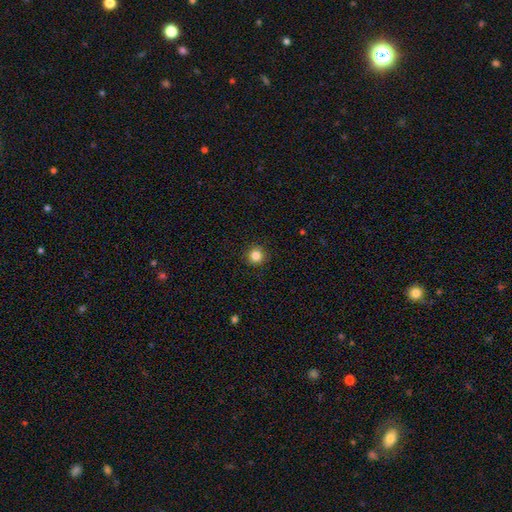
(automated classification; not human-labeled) smooth-or-featured: smooth: 85% | star or artifact: 11% | featured or disk: 4%
  how-rounded: round: 95% | in between: 4% | cigar-shaped: 1%
  merging: none: 92% | minor disturbance: 5% | major disturbance: 2% | merger: 1%